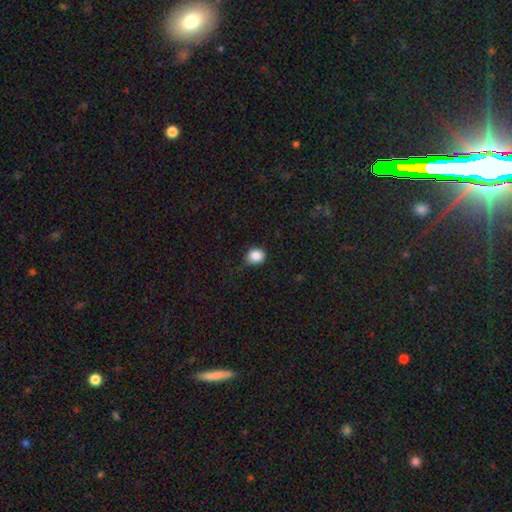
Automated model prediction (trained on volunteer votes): The model was most divided on "how rounded": round: 73%, in between: 26%, cigar-shaped: 1%. More confident: smooth or featured — smooth (87%); merging — none (71%).